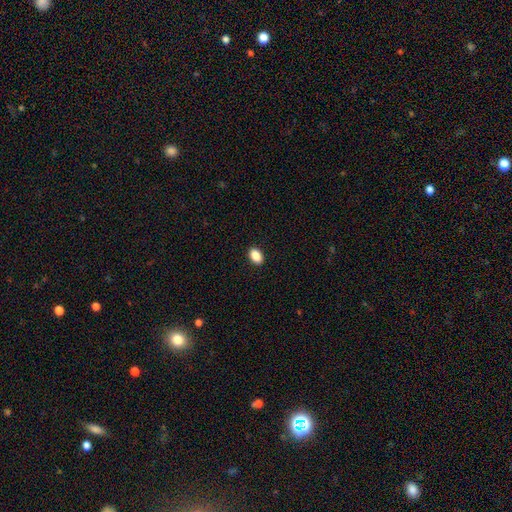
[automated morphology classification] A smooth galaxy with no disk features (89%) that is in between round and cigar-shaped (88%). Merging: none (91%).